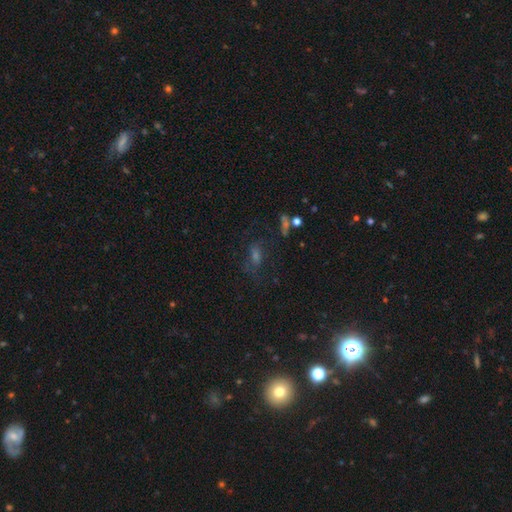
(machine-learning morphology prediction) type=star or artifact (43%).